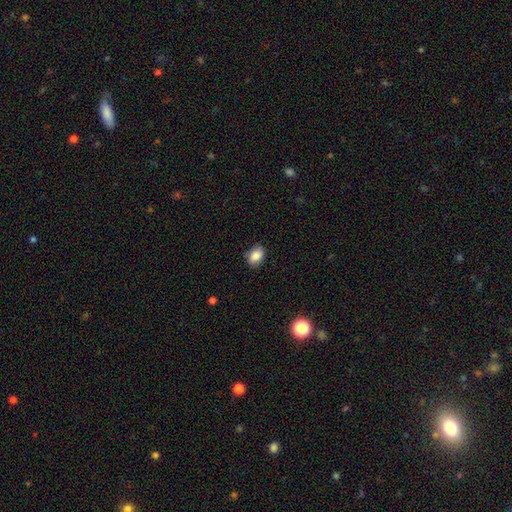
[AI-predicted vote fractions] A smooth galaxy with no disk features (86%) that is in between round and cigar-shaped (75%). Merging: none (81%).